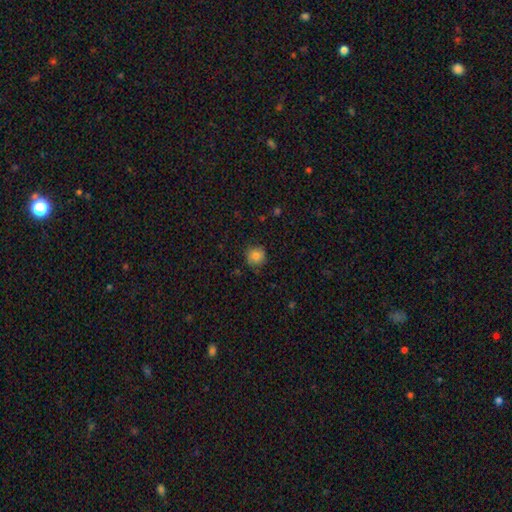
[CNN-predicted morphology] Smooth or featured?
  - smooth: 80% *
  - star or artifact: 11%
  - featured or disk: 9%
How rounded?
  - round: 91% *
  - in between: 8%
  - cigar-shaped: 1%
Merging?
  - none: 82% *
  - minor disturbance: 14%
  - major disturbance: 3%
  - merger: 1%